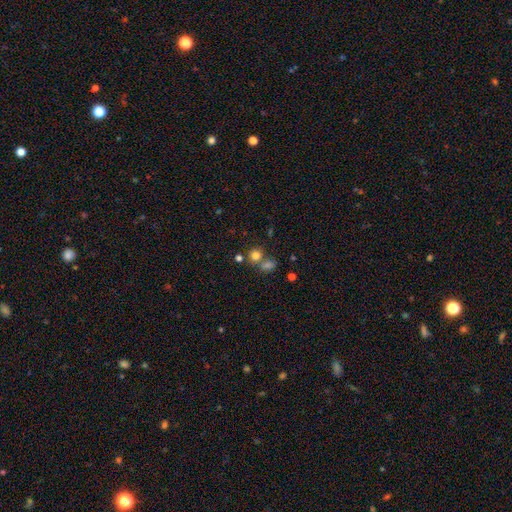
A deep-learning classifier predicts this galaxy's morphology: This is likely a smooth galaxy (76%). How rounded: clearly round (81%). Merging: possibly none (57%).